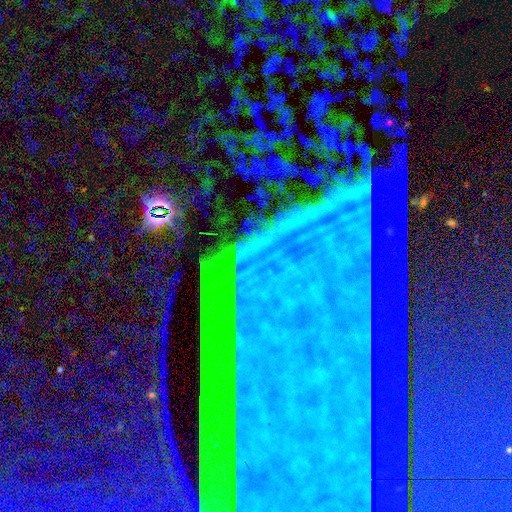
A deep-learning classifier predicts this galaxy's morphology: The model was most divided on "smooth or featured": star or artifact: 77%, featured or disk: 14%, smooth: 9%.